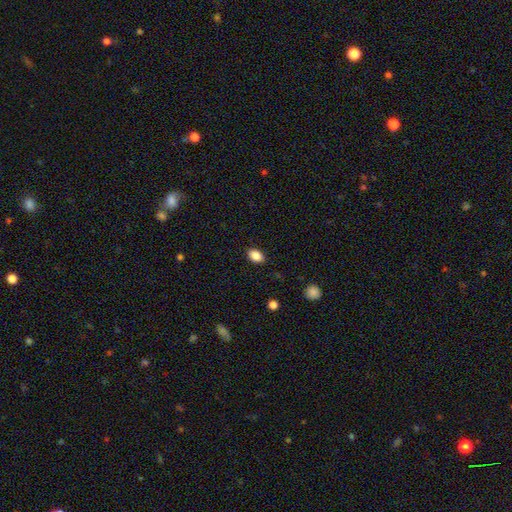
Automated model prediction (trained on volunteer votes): The model was most divided on "how rounded": in between: 86%, round: 13%, cigar-shaped: 1%. More confident: merging — none (88%); smooth or featured — smooth (87%).